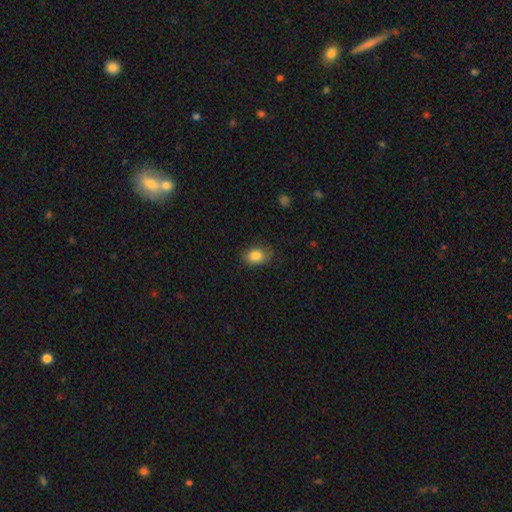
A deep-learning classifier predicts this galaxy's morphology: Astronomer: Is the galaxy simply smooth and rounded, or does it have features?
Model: smooth — 85%.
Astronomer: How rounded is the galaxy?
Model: in between — 66%.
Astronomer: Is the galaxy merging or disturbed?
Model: none — 81%.